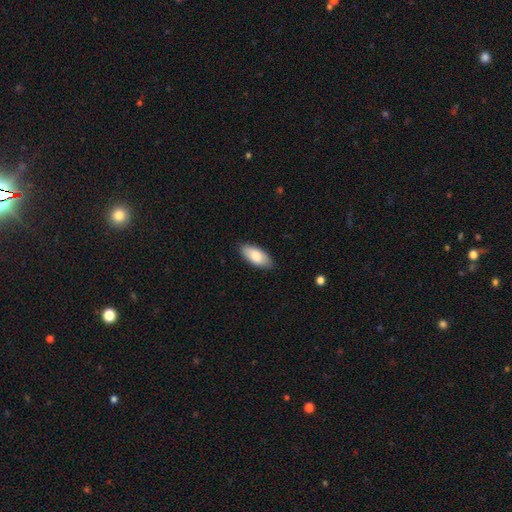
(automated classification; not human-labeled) smooth_or_featured: smooth (p=0.80) [alt: featured or disk p=0.14]
how_rounded: in between (p=0.89) [alt: cigar-shaped p=0.09]
merging: none (p=0.85) [alt: minor disturbance p=0.12]